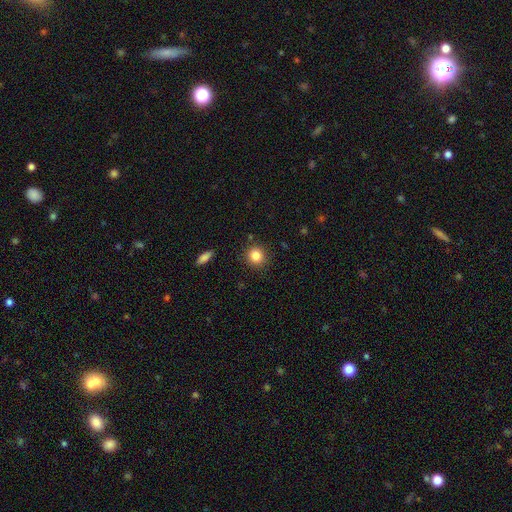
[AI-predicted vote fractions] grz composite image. It shows a smooth galaxy with no disk features (84%) that is round (90%). Merging: none (89%).